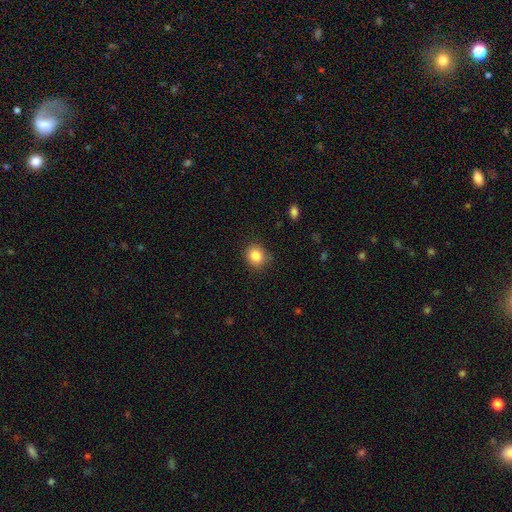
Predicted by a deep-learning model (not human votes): This is clearly a smooth galaxy (85%). How rounded: likely round (77%). Merging: clearly none (85%).